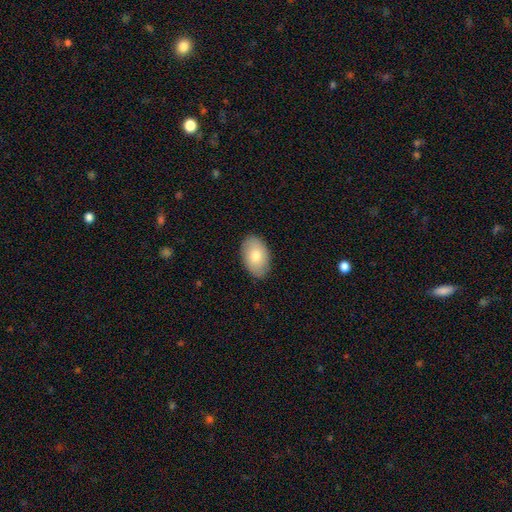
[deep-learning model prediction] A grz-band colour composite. It shows a smooth galaxy with no disk features (77%) that is in between round and cigar-shaped (91%). Merging: none (87%).